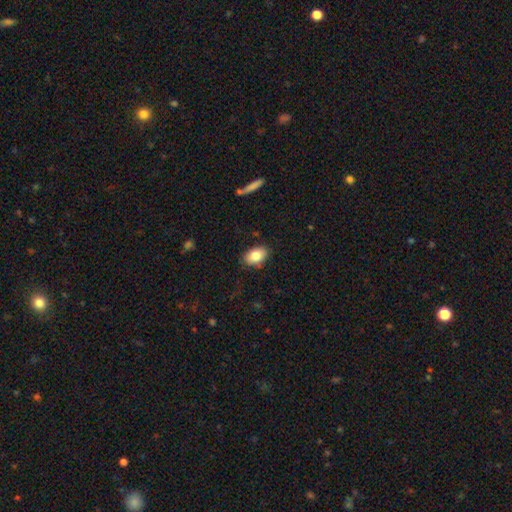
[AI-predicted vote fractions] Overall: smooth (84%). How rounded: in between (88%). Merging: none (85%).